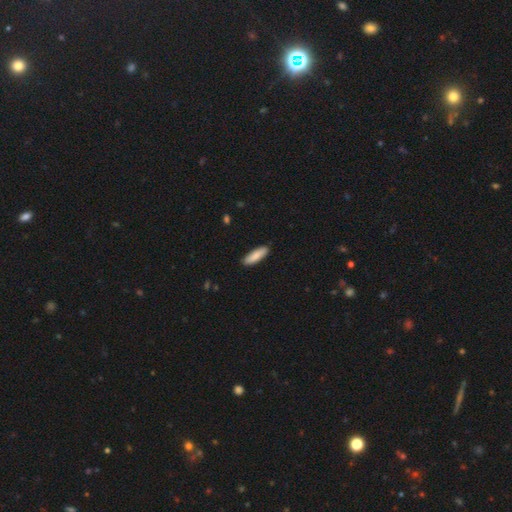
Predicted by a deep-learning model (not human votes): The model was most divided on "how rounded": cigar-shaped: 53%, in between: 45%, round: 1%. More confident: merging — none (89%); smooth or featured — smooth (85%).